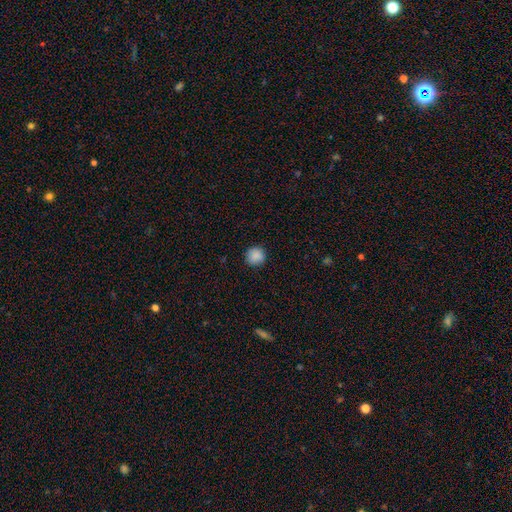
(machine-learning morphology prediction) The model was most divided on "smooth or featured": smooth: 87%, star or artifact: 9%, featured or disk: 3%. More confident: how rounded — round (92%); merging — none (88%).